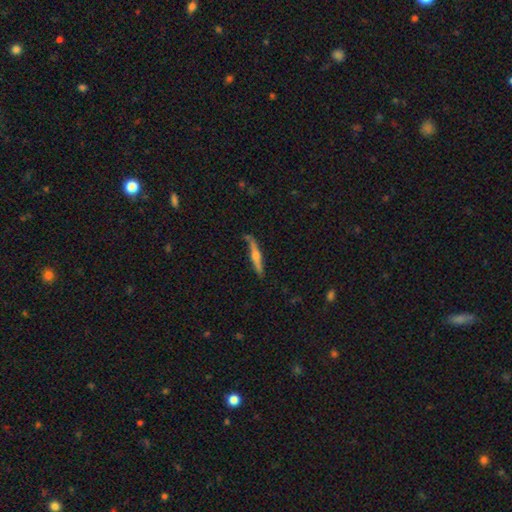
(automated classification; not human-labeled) Smooth or featured? Predicted: featured or disk (p=0.54). Edge-on disk? Predicted: yes (p=0.95). Edge-on bulge? Predicted: rounded (p=0.82). Merging? Predicted: none (p=0.76).